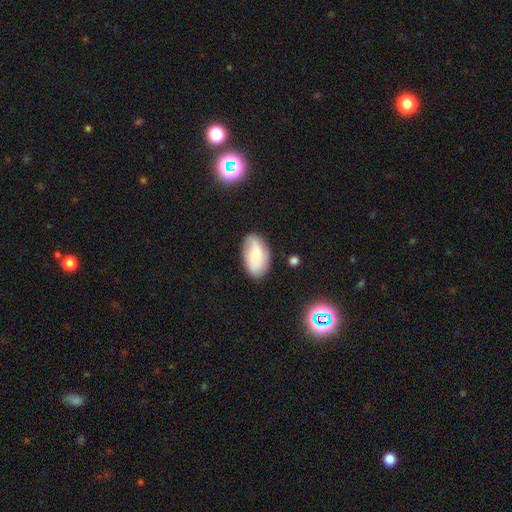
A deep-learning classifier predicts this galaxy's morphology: type=smooth (61%); roundness=in between (92%); merging=none (73%).